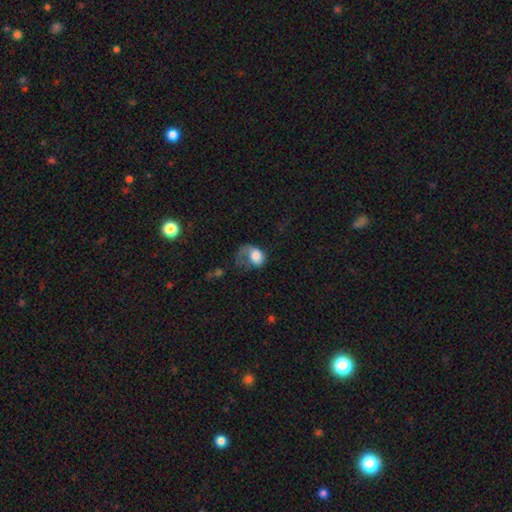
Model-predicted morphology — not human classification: smooth-or-featured: smooth: 57% | featured or disk: 35% | star or artifact: 8%
  how-rounded: in between: 62% | round: 37% | cigar-shaped: 1%
  merging: major disturbance: 57% | none: 20% | minor disturbance: 20% | merger: 3%